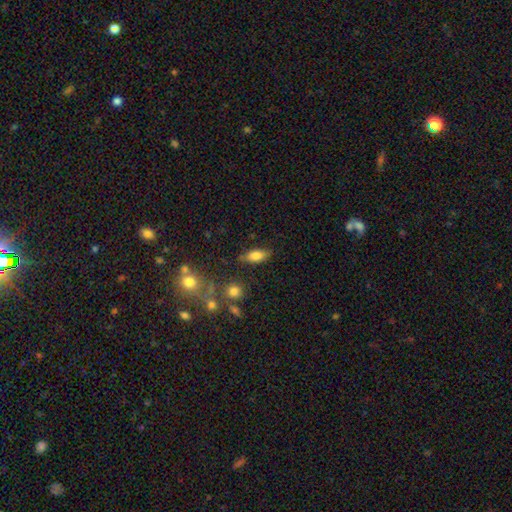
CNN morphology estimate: A smooth galaxy with no disk features (79%) that is in between round and cigar-shaped (83%). Merging: none (75%).